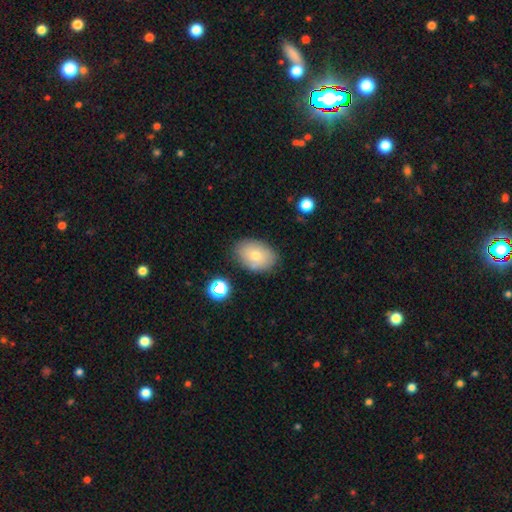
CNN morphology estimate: Smooth or featured?
  - smooth: 73% *
  - featured or disk: 18%
  - star or artifact: 9%
How rounded?
  - in between: 81% *
  - round: 18%
  - cigar-shaped: 1%
Merging?
  - none: 80% *
  - minor disturbance: 14%
  - major disturbance: 3%
  - merger: 3%